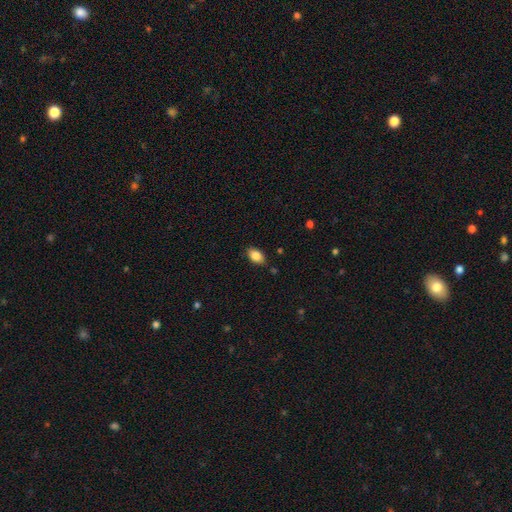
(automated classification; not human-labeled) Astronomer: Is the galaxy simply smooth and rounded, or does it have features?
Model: smooth — 85%.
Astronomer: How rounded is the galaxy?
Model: in between — 89%.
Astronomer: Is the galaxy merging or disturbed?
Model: none — 83%.